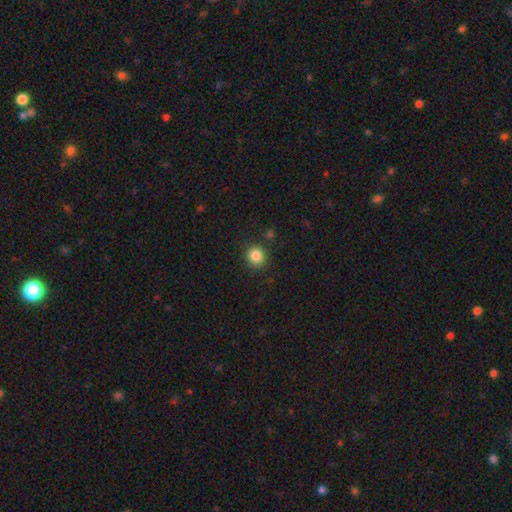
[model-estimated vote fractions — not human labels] Smooth or featured? Predicted: smooth (p=0.86). How rounded? Predicted: round (p=0.87). Merging? Predicted: none (p=0.87).